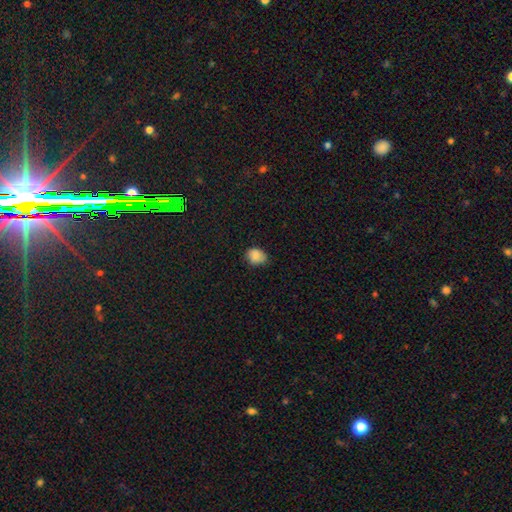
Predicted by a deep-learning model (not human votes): smooth 85%, star or artifact 9%, featured or disk 6%. Down the decision tree: how rounded — round (55%); merging — none (71%).